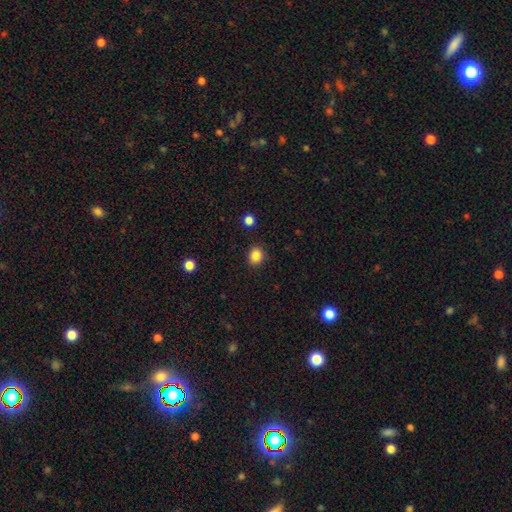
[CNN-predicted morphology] A smooth galaxy with no disk features (86%) that is round (68%).

Vote fractions:
- Smooth or featured? smooth: 86% / star or artifact: 11% / featured or disk: 4%
- How rounded? round: 68% / in between: 31% / cigar-shaped: 1%
- Merging? none: 88% / minor disturbance: 8% / major disturbance: 2% / merger: 2%